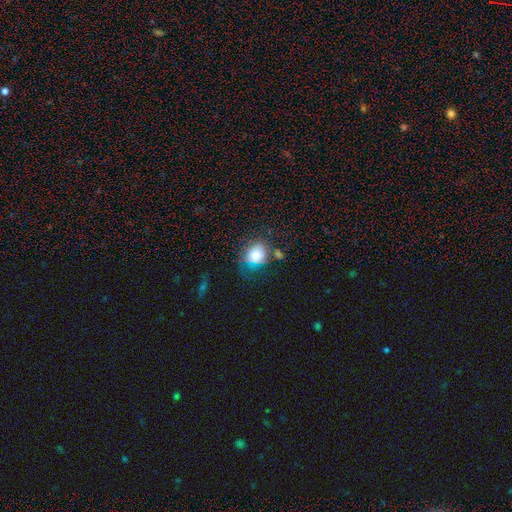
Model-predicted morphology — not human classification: The model was most divided on "how rounded": round: 66%, in between: 33%, cigar-shaped: 1%. More confident: smooth or featured — smooth (71%); merging — none (57%).